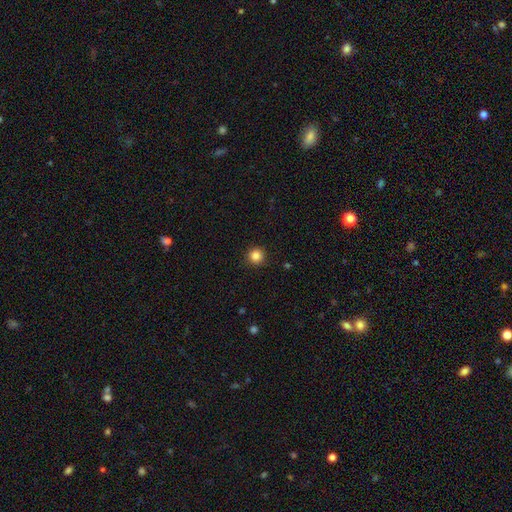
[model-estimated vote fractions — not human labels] The model was most divided on "smooth or featured": smooth: 85%, star or artifact: 11%, featured or disk: 4%. More confident: how rounded — round (95%); merging — none (93%).